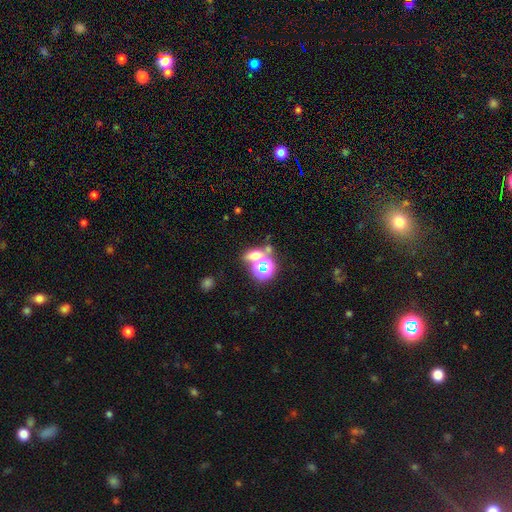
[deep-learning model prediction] Smooth or featured? smooth (49%)
Merging? none (57%)